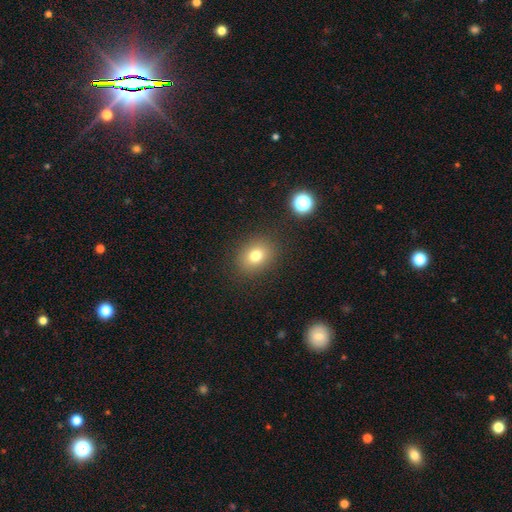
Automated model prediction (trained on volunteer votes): Smooth or featured?
  - smooth: 77% *
  - star or artifact: 13%
  - featured or disk: 9%
How rounded?
  - round: 52% *
  - in between: 47%
  - cigar-shaped: 1%
Merging?
  - none: 87% *
  - minor disturbance: 8%
  - major disturbance: 3%
  - merger: 2%